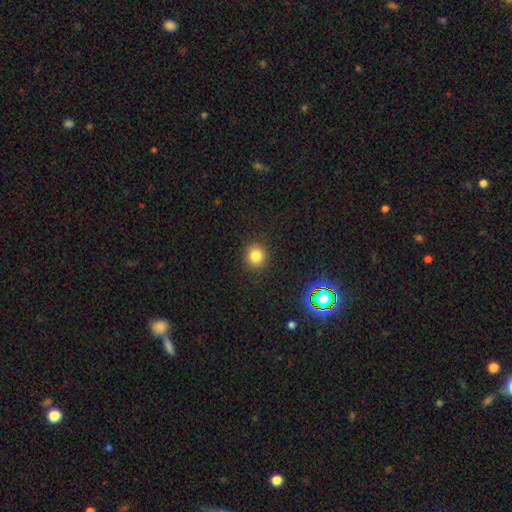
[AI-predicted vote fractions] smooth 81%, star or artifact 14%, featured or disk 5%. Down the decision tree: how rounded — round (89%); merging — none (91%).